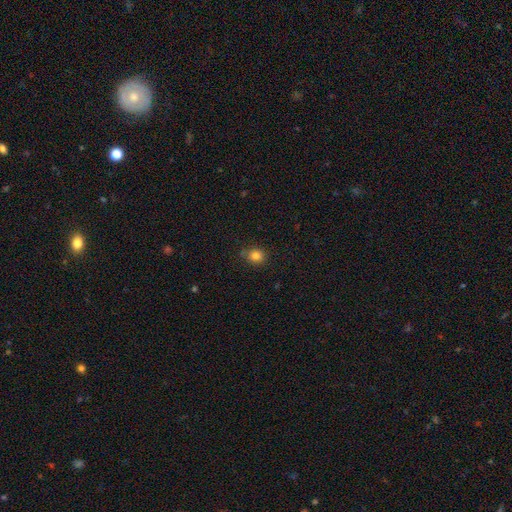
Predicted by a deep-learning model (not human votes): The model was most divided on "how rounded": round: 78%, in between: 21%, cigar-shaped: 1%. More confident: smooth or featured — smooth (82%); merging — none (81%).